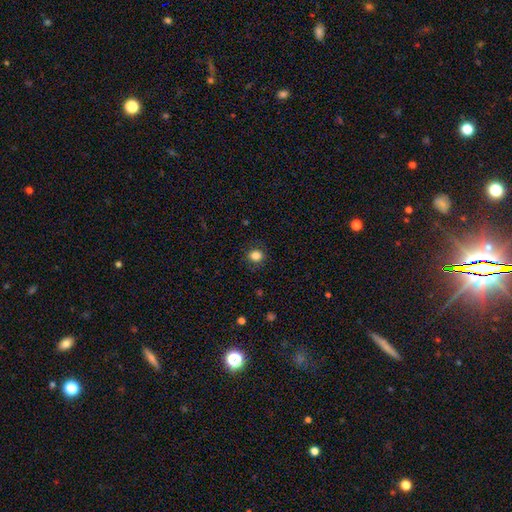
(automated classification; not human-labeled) Smooth or featured? Predicted: smooth (p=0.84). How rounded? Predicted: round (p=0.76). Merging? Predicted: none (p=0.87).